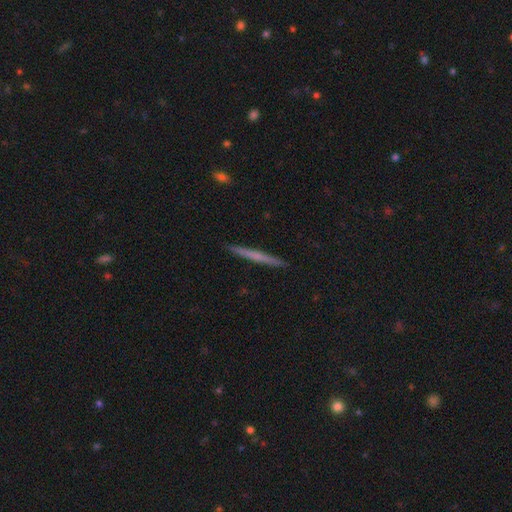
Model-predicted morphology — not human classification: A smooth galaxy with no disk features (49%). Merging: none (93%).